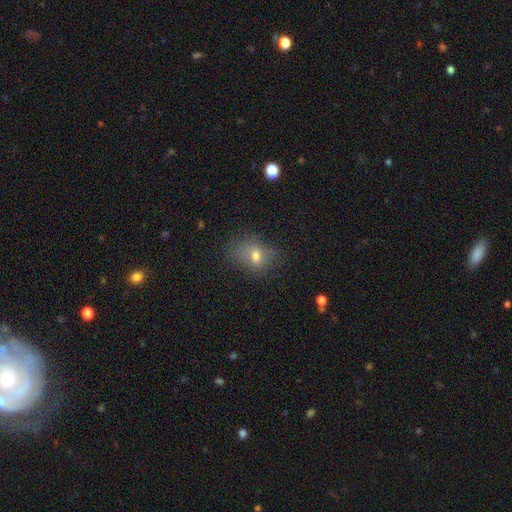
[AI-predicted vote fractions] This appears to be a smooth galaxy with no disk features (66%) that is in between round and cigar-shaped (62%). Merging: none (62%).